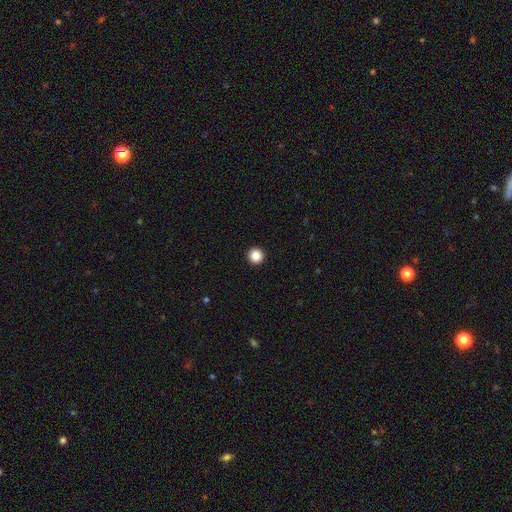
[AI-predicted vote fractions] A smooth galaxy with no disk features (86%) that is round (96%). Merging: none (94%).